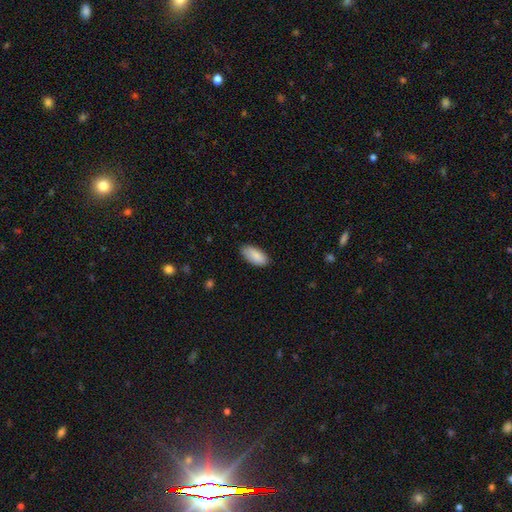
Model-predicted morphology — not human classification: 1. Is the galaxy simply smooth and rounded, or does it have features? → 89% smooth, 6% star or artifact, 5% featured or disk.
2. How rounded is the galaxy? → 92% in between, 7% cigar-shaped, 2% round.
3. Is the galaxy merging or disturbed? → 83% none, 14% minor disturbance, 2% major disturbance, 1% merger.